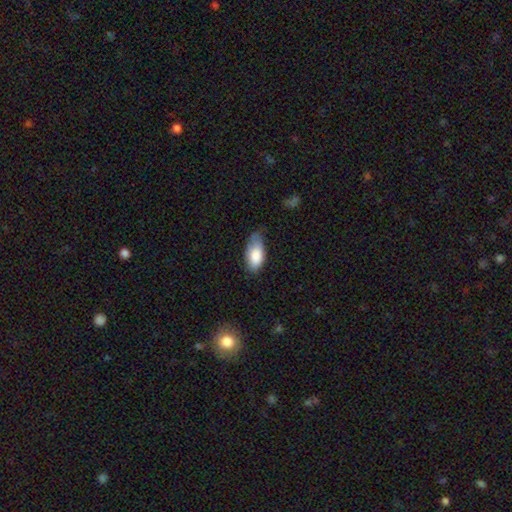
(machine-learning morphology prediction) Smooth or featured? Predicted: smooth (p=0.85). How rounded? Predicted: in between (p=0.92). Merging? Predicted: none (p=0.49).